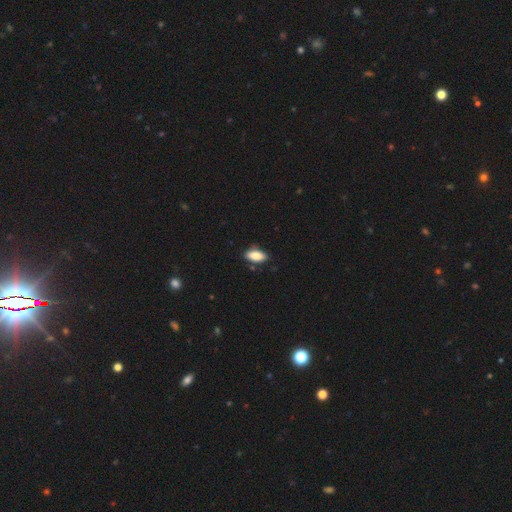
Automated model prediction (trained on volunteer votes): smooth-or-featured: smooth: 86% | star or artifact: 7% | featured or disk: 7%
  how-rounded: in between: 89% | cigar-shaped: 8% | round: 3%
  merging: none: 80% | minor disturbance: 15% | major disturbance: 2% | merger: 2%